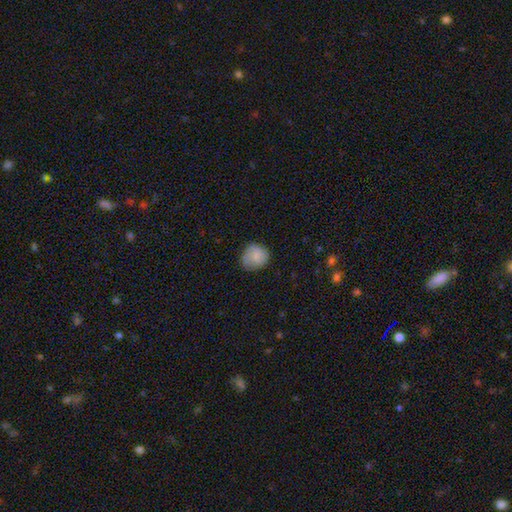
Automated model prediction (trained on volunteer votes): Morphology: type=smooth (80%); roundness=round (82%); merging=none (67%).